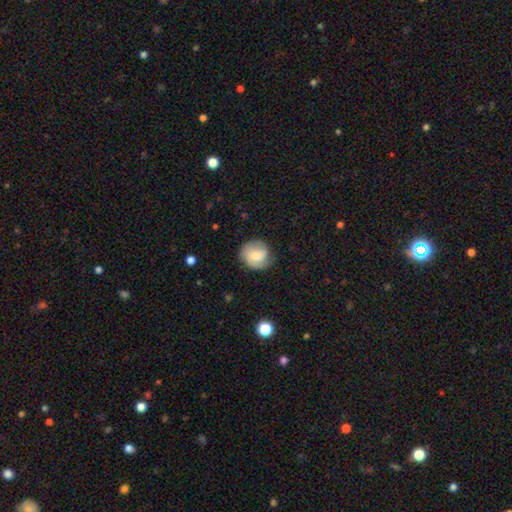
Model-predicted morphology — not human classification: The model was most divided on "smooth or featured": smooth: 55%, featured or disk: 38%, star or artifact: 7%. More confident: how rounded — round (83%); merging — none (68%).